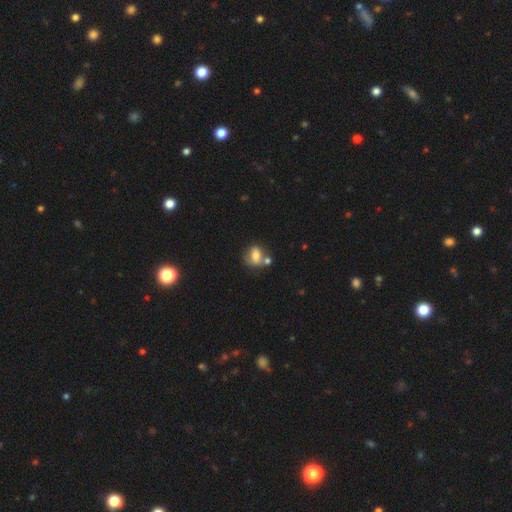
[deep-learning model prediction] smooth 72%, featured or disk 18%, star or artifact 10%. Down the decision tree: how rounded — in between (57%); merging — none (47%).